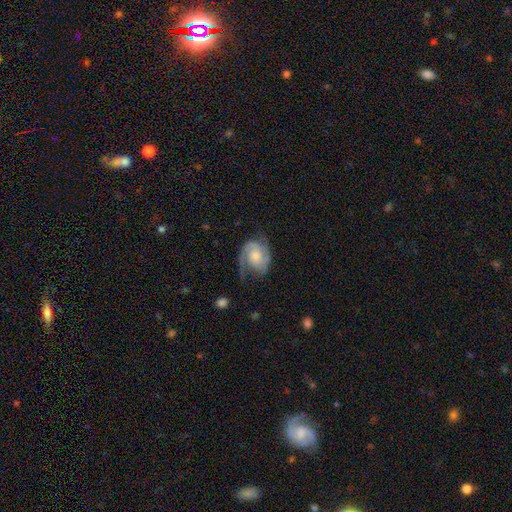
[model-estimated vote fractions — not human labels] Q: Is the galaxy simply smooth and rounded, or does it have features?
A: featured or disk — 79%.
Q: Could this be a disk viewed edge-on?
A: no — 98%.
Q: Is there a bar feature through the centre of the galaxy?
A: no — 69%.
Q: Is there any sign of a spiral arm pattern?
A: yes — 95%.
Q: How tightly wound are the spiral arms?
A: medium — 44%.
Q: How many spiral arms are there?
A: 2 — 73%.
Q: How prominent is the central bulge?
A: moderate — 44%.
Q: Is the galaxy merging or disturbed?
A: none — 54%.